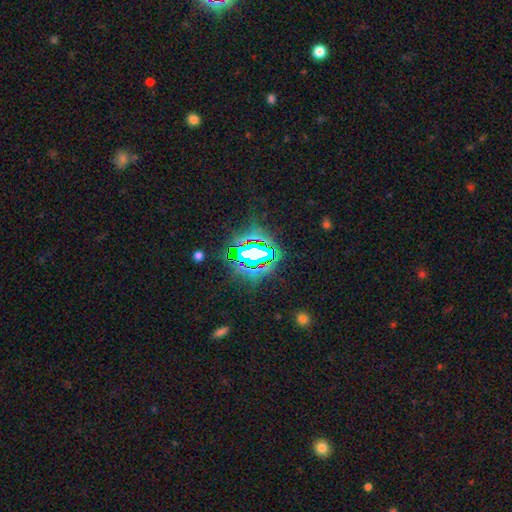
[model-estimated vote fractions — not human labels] Smooth or featured? star or artifact (74%)